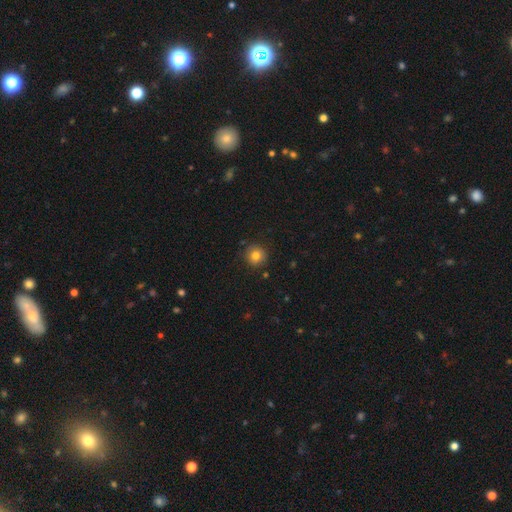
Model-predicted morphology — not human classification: This appears to be a smooth galaxy with no disk features (80%) that is round (93%). Merging: none (88%).